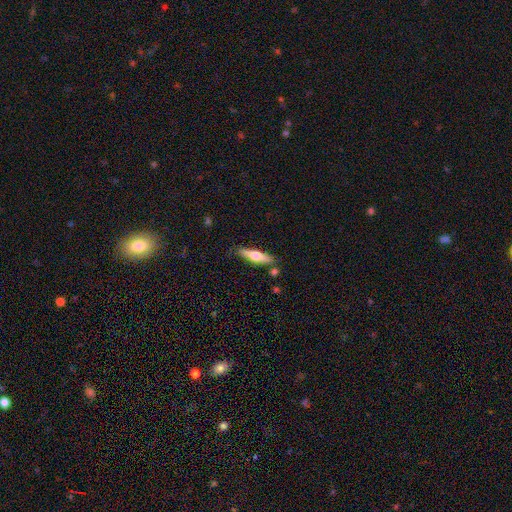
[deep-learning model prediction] The model was most divided on "smooth or featured": featured or disk: 48%, smooth: 46%, star or artifact: 6%. More confident: merging — none (83%).